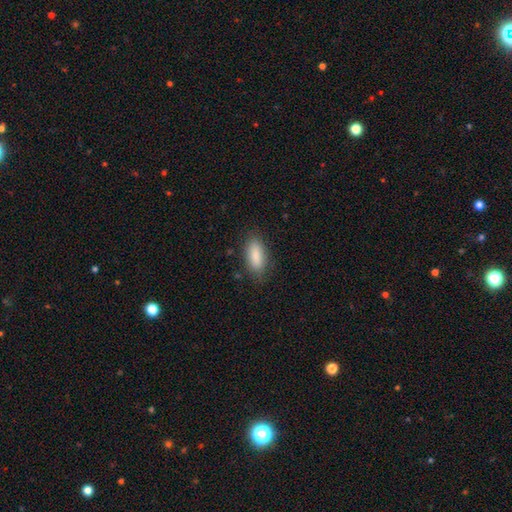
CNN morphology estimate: type=smooth (87%); roundness=in between (82%); merging=none (84%).